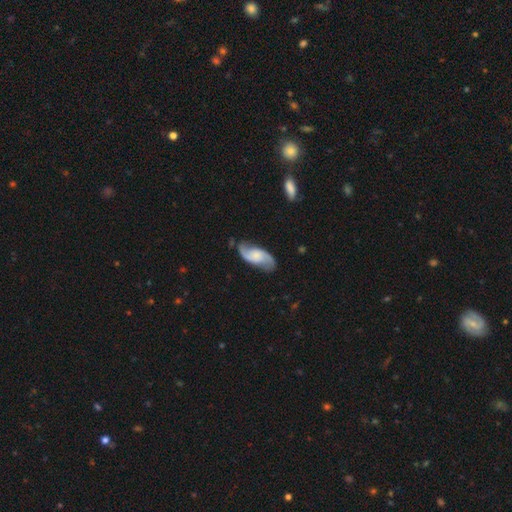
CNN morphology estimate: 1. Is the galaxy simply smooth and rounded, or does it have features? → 80% featured or disk, 15% smooth, 5% star or artifact.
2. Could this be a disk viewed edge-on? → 96% no, 4% yes.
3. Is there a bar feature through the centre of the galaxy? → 56% no, 35% weak, 9% strong.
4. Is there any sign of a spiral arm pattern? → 96% yes, 4% no.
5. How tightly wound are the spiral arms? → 47% loose, 40% medium, 13% tight.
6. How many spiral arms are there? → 93% 2, 3% can't tell, 2% 1, 1% 3, 1% 4, 1% more than 4.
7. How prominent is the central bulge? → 32% none, 31% small, 24% moderate, 10% large, 2% dominant.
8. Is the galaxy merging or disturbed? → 78% none, 15% minor disturbance, 5% major disturbance, 2% merger.